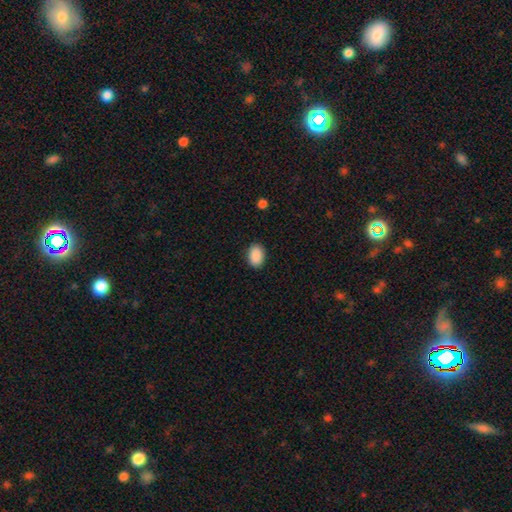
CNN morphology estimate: A smooth galaxy with no disk features (90%) that is in between round and cigar-shaped (81%). Merging: none (89%).